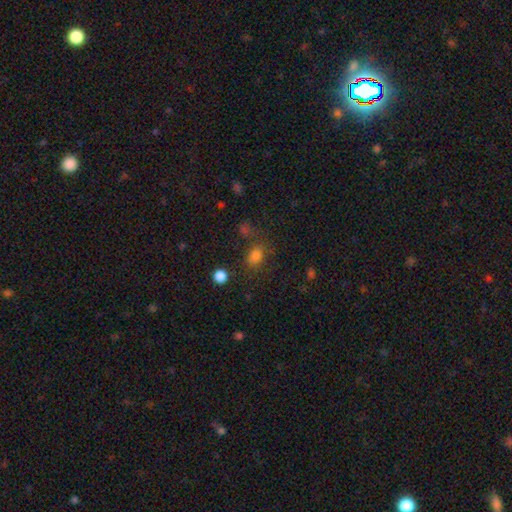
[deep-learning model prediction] This appears to be a smooth galaxy with no disk features (77%) that is in between round and cigar-shaped (64%). Merging: none (69%).